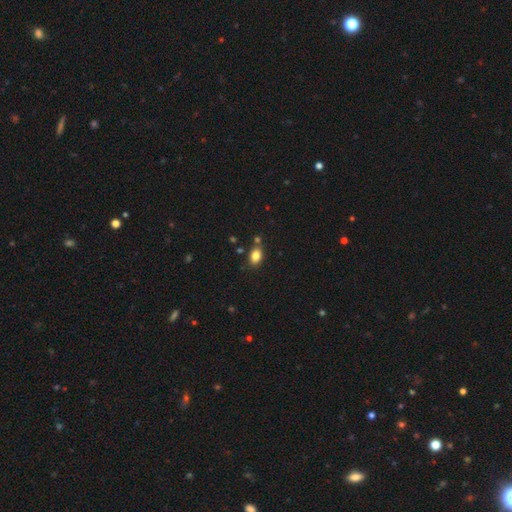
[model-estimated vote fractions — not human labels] A smooth galaxy with no disk features (84%) that is in between round and cigar-shaped (79%). Merging: none (75%).